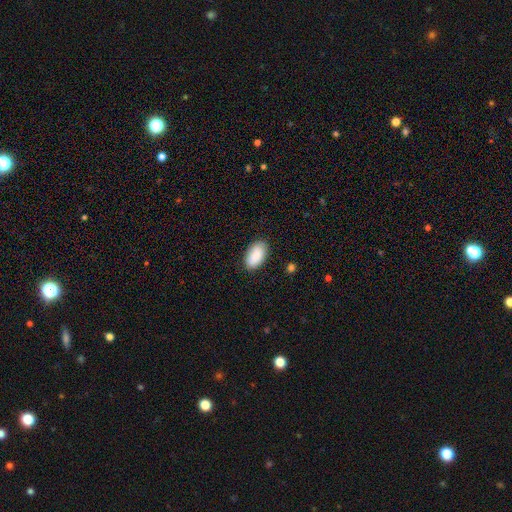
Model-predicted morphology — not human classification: Q: Smooth or featured?
A: smooth (89%); runner-up: star or artifact (6%)
Q: How rounded?
A: in between (95%); runner-up: round (3%)
Q: Merging?
A: none (85%); runner-up: minor disturbance (11%)